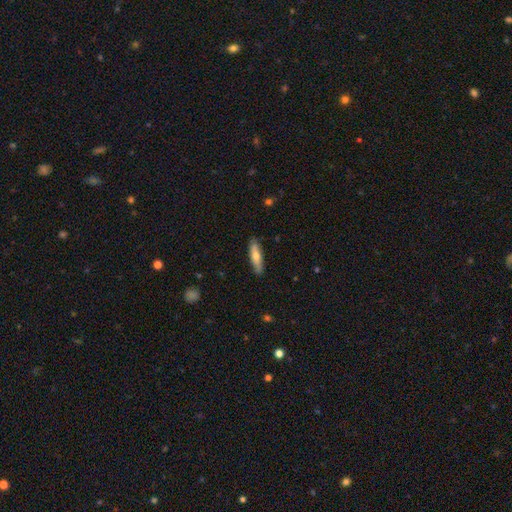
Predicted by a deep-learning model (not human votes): Smooth or featured? Predicted: smooth (p=0.57). How rounded? Predicted: cigar-shaped (p=0.75). Merging? Predicted: none (p=0.85).